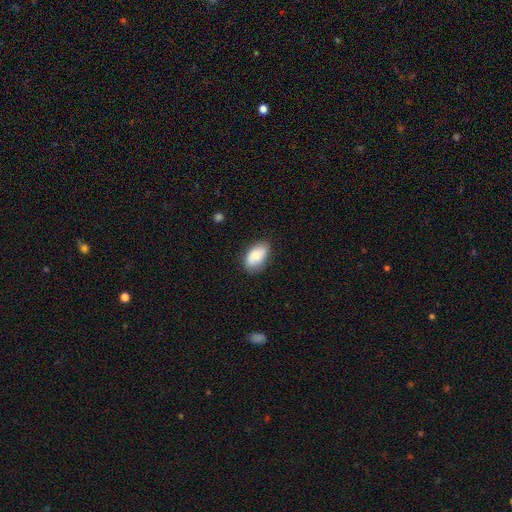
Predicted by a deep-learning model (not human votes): Smooth or featured? smooth (81%)
How rounded? in between (93%)
Merging? none (78%)